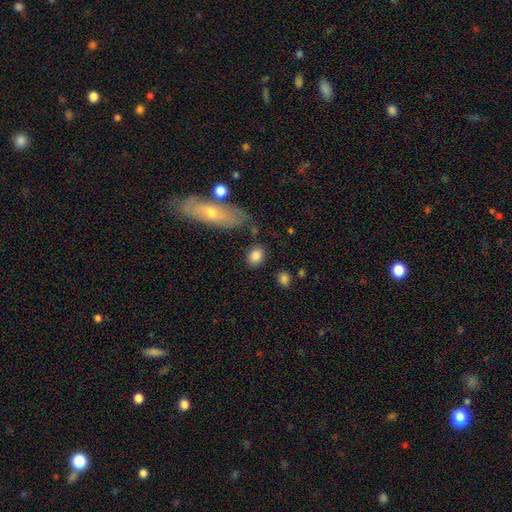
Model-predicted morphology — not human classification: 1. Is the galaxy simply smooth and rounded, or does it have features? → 85% smooth, 8% star or artifact, 7% featured or disk.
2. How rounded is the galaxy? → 55% in between, 42% round, 2% cigar-shaped.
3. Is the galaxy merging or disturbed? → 76% none, 13% minor disturbance, 5% merger, 5% major disturbance.